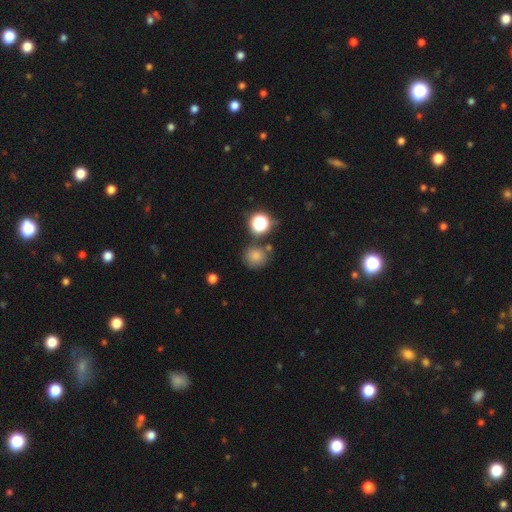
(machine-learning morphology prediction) This is likely a smooth galaxy (77%). How rounded: clearly round (87%). Merging: likely none (72%).